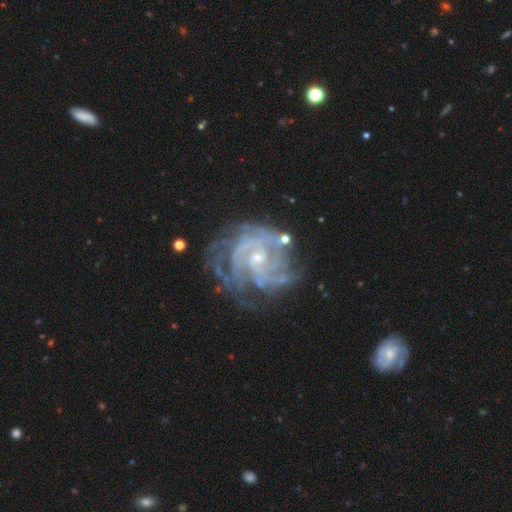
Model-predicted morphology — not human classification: smooth-or-featured: featured or disk: 87% | star or artifact: 8% | smooth: 5%
  disk-edge-on: no: 98% | yes: 2%
    bar: no: 55% | weak: 35% | strong: 10%
    has-spiral-arms: yes: 95% | no: 5%
      spiral-winding: tight: 66% | medium: 28% | loose: 6%
      spiral-arm-count: can't tell: 31% | 3: 19% | 4: 18% | 2: 15% | more than 4: 10% | 1: 7%
    bulge-size: small: 67% | moderate: 27% | none: 3% | large: 1% | dominant: 1%
  merging: none: 62% | minor disturbance: 20% | major disturbance: 14% | merger: 4%